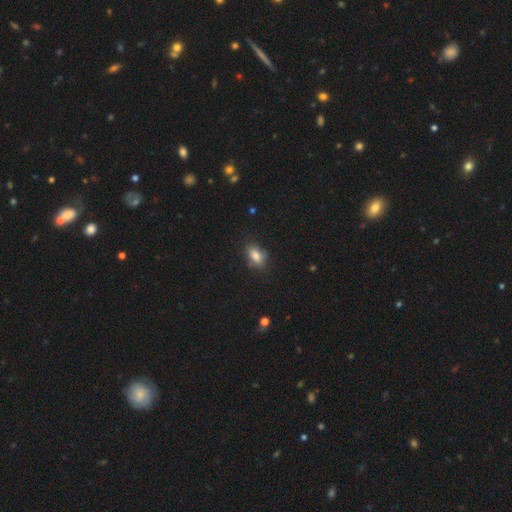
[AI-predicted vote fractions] Smooth or featured? Predicted: smooth (p=0.84). How rounded? Predicted: in between (p=0.86). Merging? Predicted: none (p=0.78).